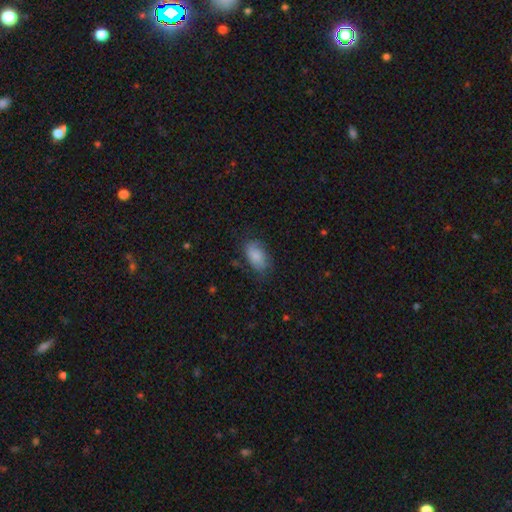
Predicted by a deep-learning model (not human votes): smooth-or-featured: smooth: 78% | featured or disk: 15% | star or artifact: 7%
  how-rounded: in between: 92% | round: 6% | cigar-shaped: 2%
  merging: none: 64% | minor disturbance: 26% | major disturbance: 9% | merger: 2%